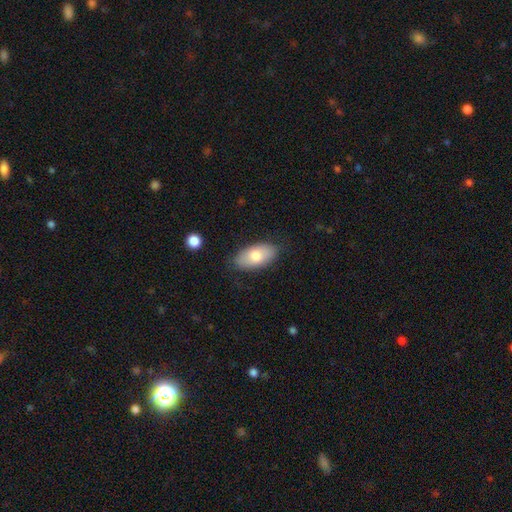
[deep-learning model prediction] smooth-or-featured: smooth: 76% | featured or disk: 18% | star or artifact: 6%
  how-rounded: in between: 93% | round: 3% | cigar-shaped: 3%
  merging: none: 82% | minor disturbance: 14% | major disturbance: 3% | merger: 1%